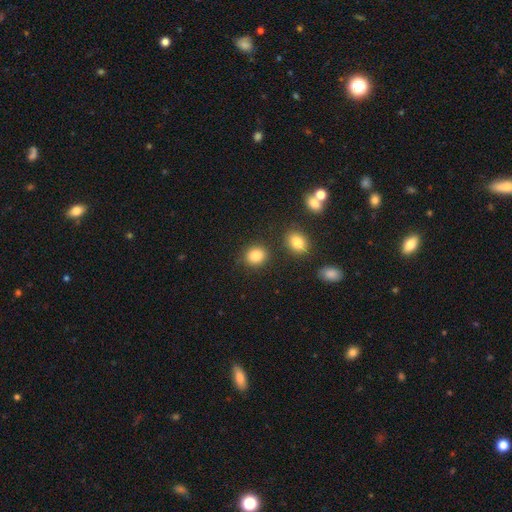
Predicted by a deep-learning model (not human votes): Morphology: type=smooth (85%); roundness=round (75%); merging=none (82%).